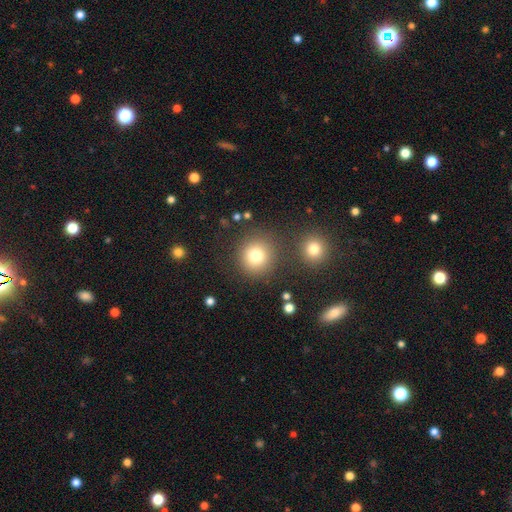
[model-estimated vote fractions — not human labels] smooth_or_featured: smooth (p=0.79) [alt: star or artifact p=0.13]
how_rounded: round (p=0.91) [alt: in between p=0.08]
merging: none (p=0.81) [alt: minor disturbance p=0.08]